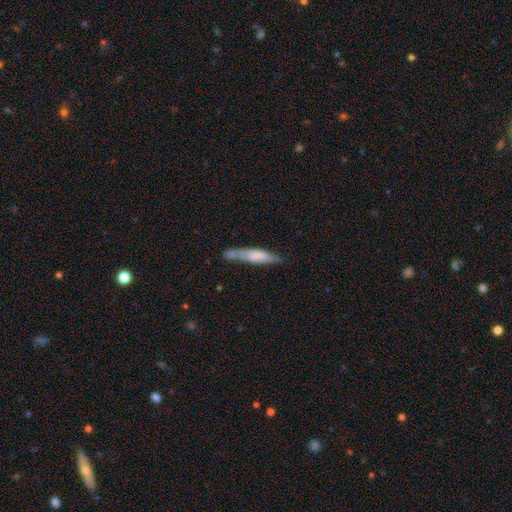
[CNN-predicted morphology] Overall: smooth (61%; featured or disk 33%). How rounded: cigar-shaped (83%). Merging: none (54%; minor disturbance 27%).